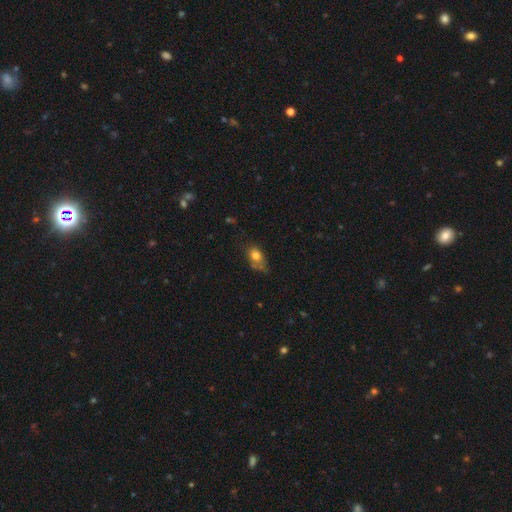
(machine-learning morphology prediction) smooth 76%, featured or disk 14%, star or artifact 10%. Down the decision tree: how rounded — in between (73%); merging — none (46%).